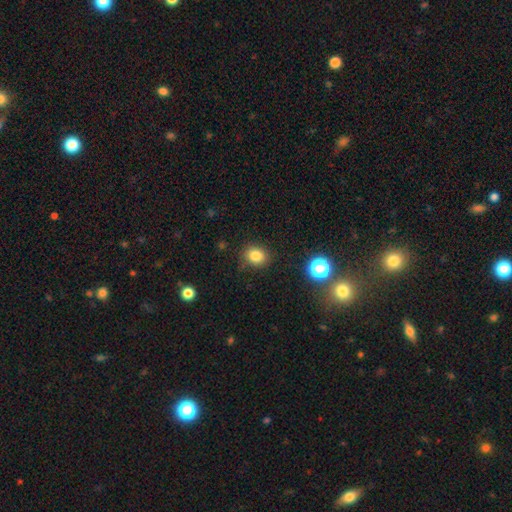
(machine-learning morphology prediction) A smooth galaxy with no disk features (82%) that is round (66%).

Vote fractions:
- Smooth or featured? smooth: 82% / star or artifact: 13% / featured or disk: 6%
- How rounded? round: 66% / in between: 33% / cigar-shaped: 1%
- Merging? none: 83% / minor disturbance: 12% / major disturbance: 3% / merger: 2%